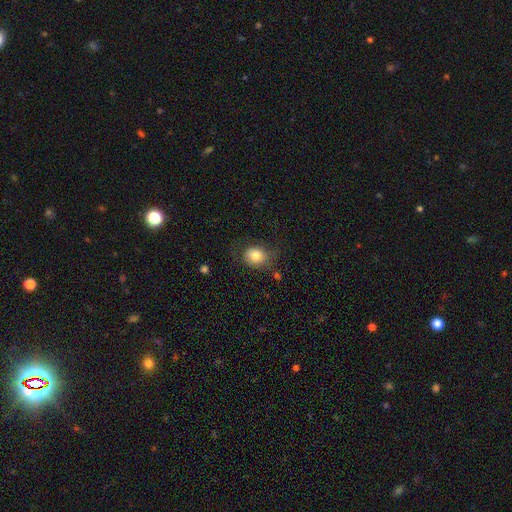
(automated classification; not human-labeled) Smooth or featured: smooth — 79% (featured or disk — 11%)
How rounded: round — 62% (in between — 37%)
Merging: none — 64% (minor disturbance — 24%)